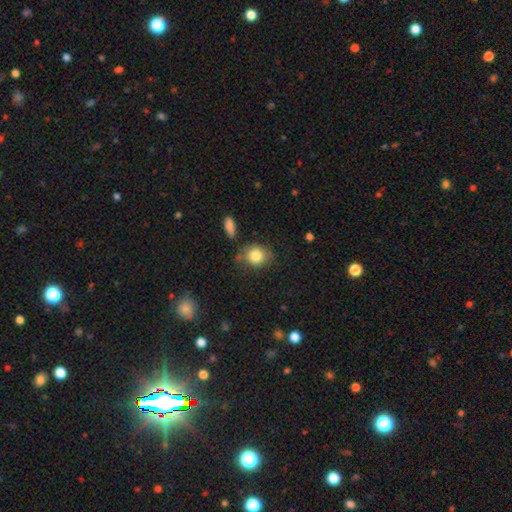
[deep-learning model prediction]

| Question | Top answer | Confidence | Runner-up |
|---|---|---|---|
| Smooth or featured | smooth | 83% | star or artifact (9%) |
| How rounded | round | 65% | in between (33%) |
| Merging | none | 71% | minor disturbance (18%) |